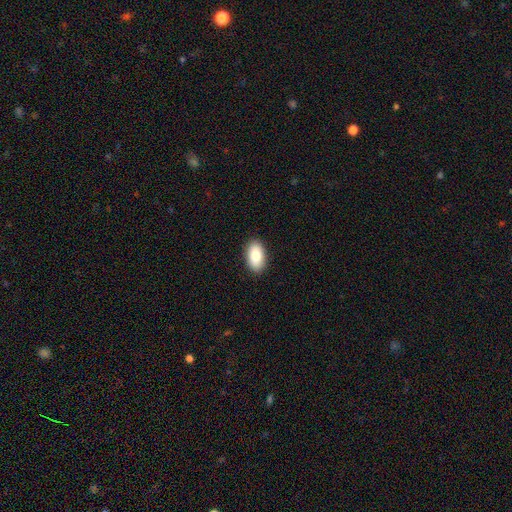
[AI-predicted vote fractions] Q: Smooth or featured?
A: smooth (82%); runner-up: featured or disk (11%)
Q: How rounded?
A: in between (93%); runner-up: round (5%)
Q: Merging?
A: none (90%); runner-up: minor disturbance (8%)